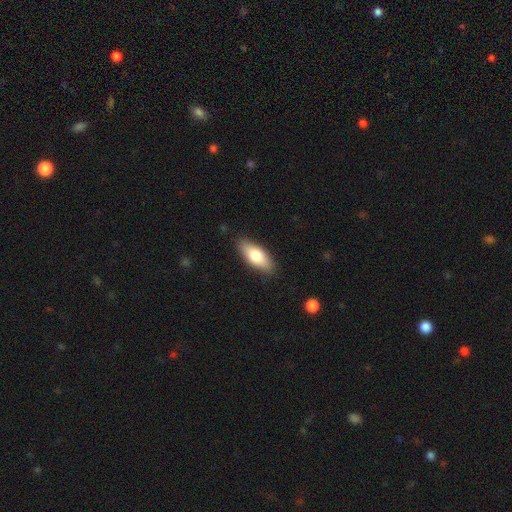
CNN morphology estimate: Smooth or featured? smooth (75%)
How rounded? in between (78%)
Merging? none (86%)